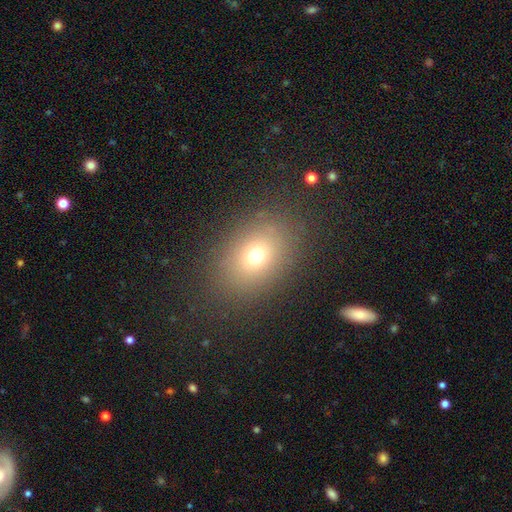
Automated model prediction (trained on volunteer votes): Overall: smooth (70%). How rounded: in between (64%; round 35%). Merging: none (85%).